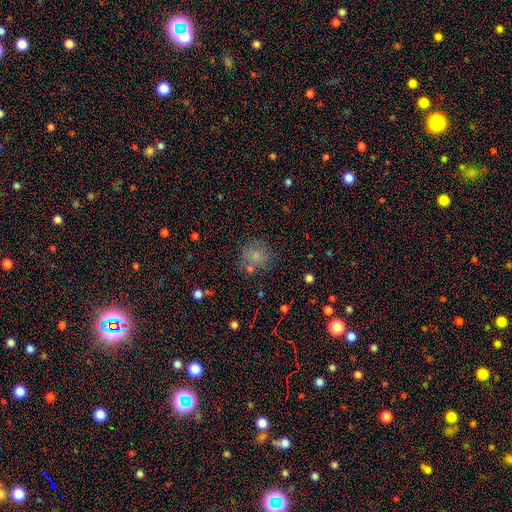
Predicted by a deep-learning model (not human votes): smooth_or_featured: smooth (p=0.73) [alt: star or artifact p=0.15]
how_rounded: round (p=0.81) [alt: in between p=0.18]
merging: none (p=0.70) [alt: minor disturbance p=0.15]